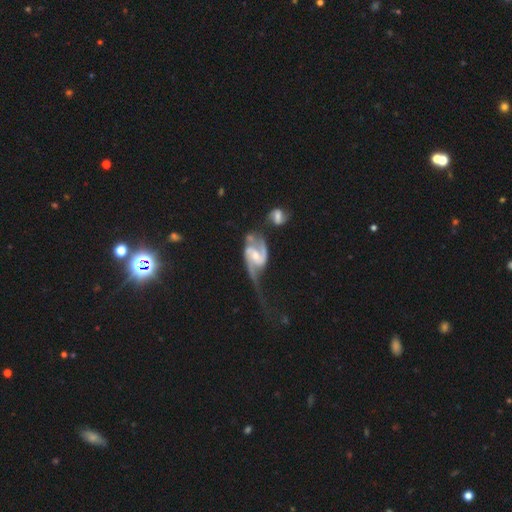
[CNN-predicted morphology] Smooth or featured: featured or disk — 91% (smooth — 5%)
Edge-on disk: no — 98% (yes — 2%)
Bar: weak — 50% (no — 28%)
Spiral arms: yes — 97% (no — 3%)
Spiral winding: medium — 47% (loose — 35%)
Spiral arm count: 2 — 87% (can't tell — 4%)
Bulge size: moderate — 48% (small — 41%)
Merging: major disturbance — 37% (none — 26%)